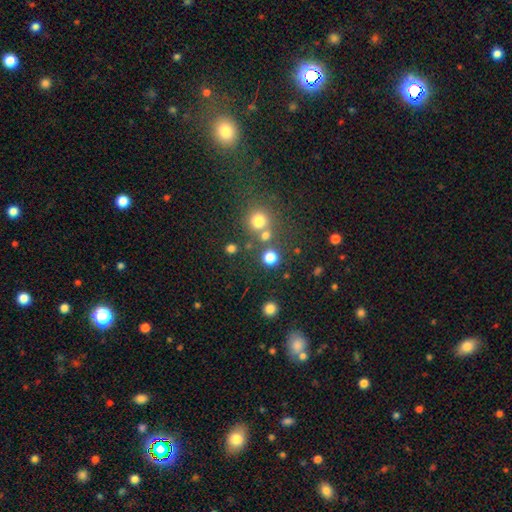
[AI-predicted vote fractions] smooth_or_featured: star or artifact (p=0.50) [alt: smooth p=0.41]